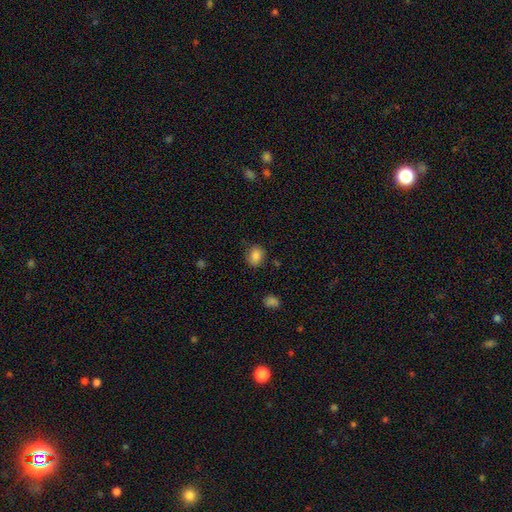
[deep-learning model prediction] smooth_or_featured: smooth (p=0.85) [alt: star or artifact p=0.10]
how_rounded: round (p=0.55) [alt: in between p=0.44]
merging: none (p=0.79) [alt: minor disturbance p=0.16]